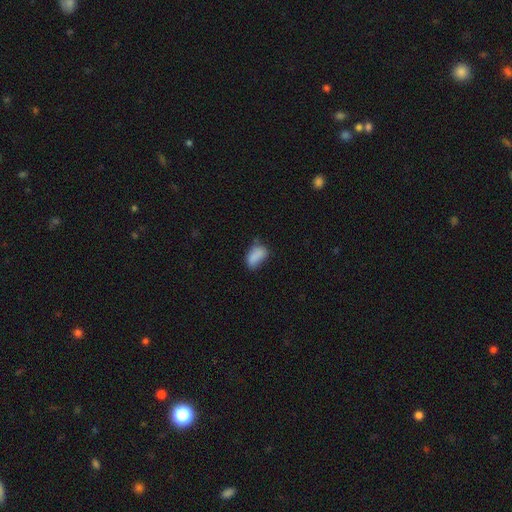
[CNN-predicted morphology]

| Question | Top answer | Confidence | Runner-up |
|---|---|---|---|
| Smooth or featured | smooth | 83% | star or artifact (9%) |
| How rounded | in between | 90% | round (6%) |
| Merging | none | 49% | minor disturbance (34%) |